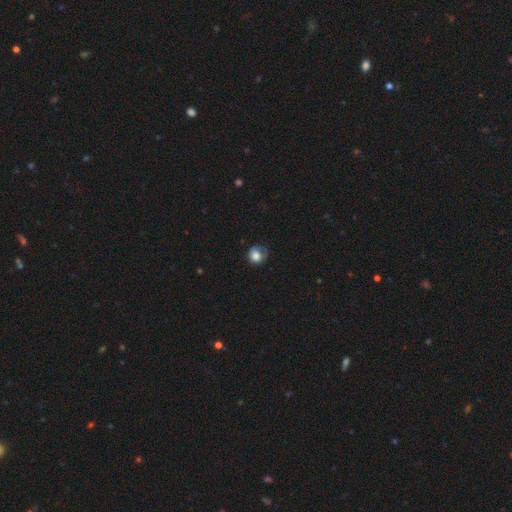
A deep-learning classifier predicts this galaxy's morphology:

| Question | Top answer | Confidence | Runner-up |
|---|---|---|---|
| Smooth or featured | smooth | 75% | featured or disk (16%) |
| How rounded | round | 74% | in between (25%) |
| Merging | none | 47% | minor disturbance (30%) |